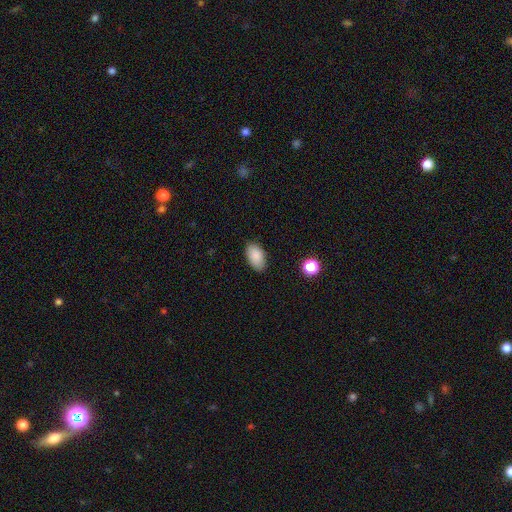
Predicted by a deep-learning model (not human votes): smooth-or-featured: smooth: 88% | star or artifact: 8% | featured or disk: 5%
  how-rounded: in between: 93% | round: 5% | cigar-shaped: 2%
  merging: none: 84% | minor disturbance: 12% | major disturbance: 3% | merger: 1%